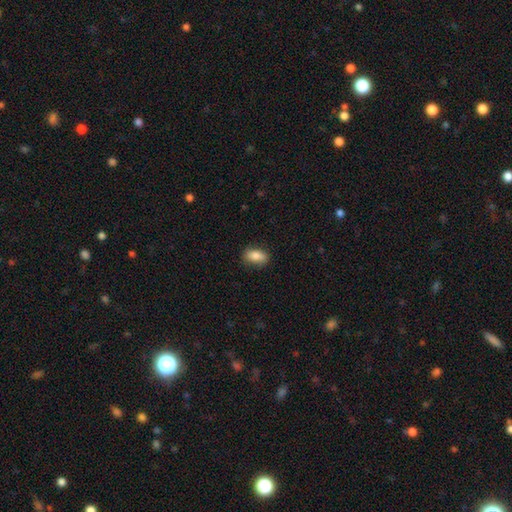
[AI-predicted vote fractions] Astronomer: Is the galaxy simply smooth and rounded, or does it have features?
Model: smooth — 84%.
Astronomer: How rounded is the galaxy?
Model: in between — 88%.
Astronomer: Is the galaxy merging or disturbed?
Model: none — 82%.